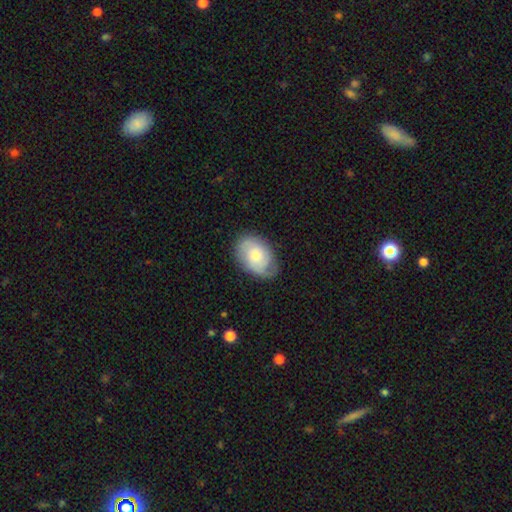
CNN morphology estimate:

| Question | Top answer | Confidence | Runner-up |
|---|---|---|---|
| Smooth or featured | featured or disk | 48% | smooth (45%) |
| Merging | none | 72% | minor disturbance (21%) |